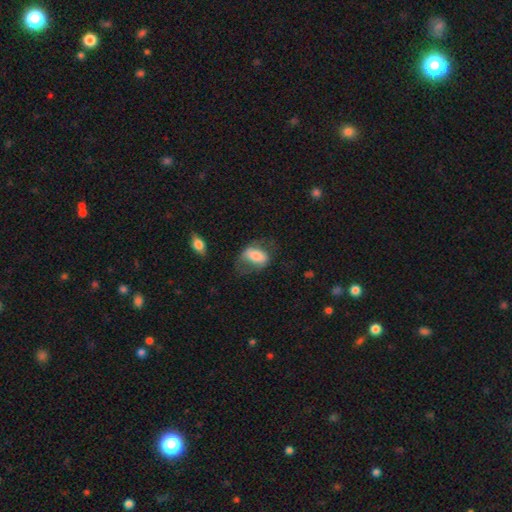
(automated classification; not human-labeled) Q: Smooth or featured?
A: smooth (68%); runner-up: featured or disk (24%)
Q: How rounded?
A: in between (86%); runner-up: round (9%)
Q: Merging?
A: none (40%); runner-up: major disturbance (30%)